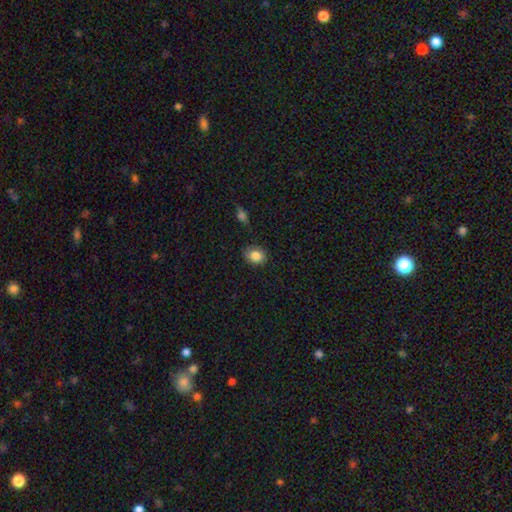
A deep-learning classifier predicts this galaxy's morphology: Overall: smooth (84%). How rounded: round (53%; in between 46%). Merging: none (84%).